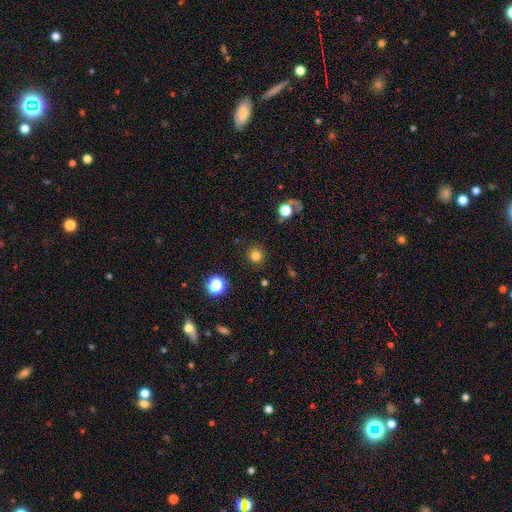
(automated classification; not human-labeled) Smooth or featured? smooth (79%)
How rounded? round (94%)
Merging? none (89%)